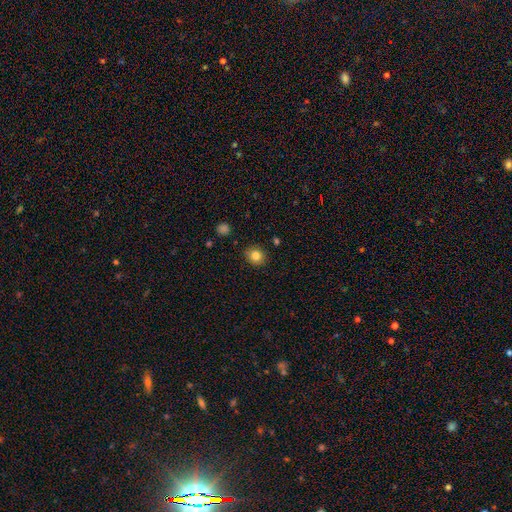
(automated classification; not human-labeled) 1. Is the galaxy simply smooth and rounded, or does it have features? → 81% smooth, 11% star or artifact, 8% featured or disk.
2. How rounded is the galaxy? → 79% round, 20% in between, 1% cigar-shaped.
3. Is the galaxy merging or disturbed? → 88% none, 8% minor disturbance, 2% major disturbance, 1% merger.